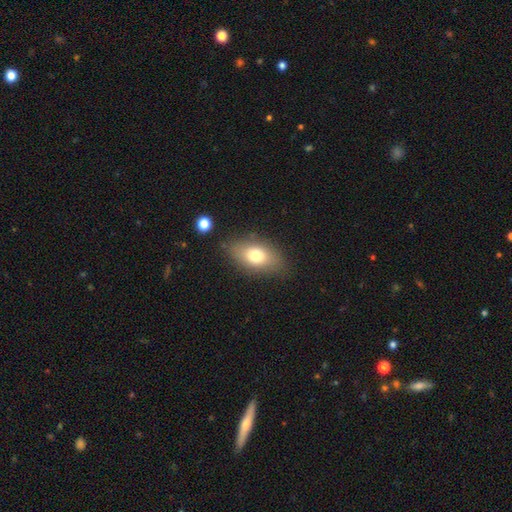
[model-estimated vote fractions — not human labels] Q: Smooth or featured?
A: smooth (74%); runner-up: featured or disk (17%)
Q: How rounded?
A: in between (85%); runner-up: round (10%)
Q: Merging?
A: none (79%); runner-up: minor disturbance (14%)